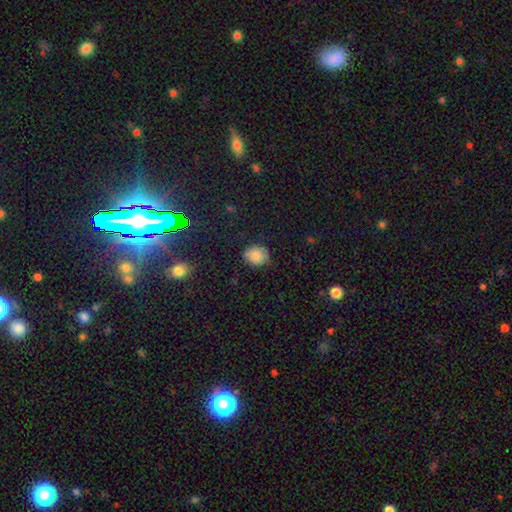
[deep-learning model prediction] Smooth or featured: smooth — 81% (star or artifact — 11%)
How rounded: round — 61% (in between — 38%)
Merging: none — 75% (minor disturbance — 20%)